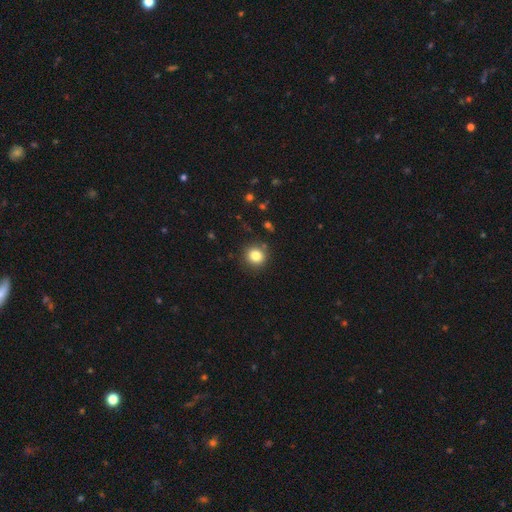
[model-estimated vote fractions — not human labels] Smooth or featured?
  - smooth: 83% *
  - star or artifact: 12%
  - featured or disk: 6%
How rounded?
  - round: 90% *
  - in between: 9%
  - cigar-shaped: 1%
Merging?
  - none: 88% *
  - minor disturbance: 8%
  - major disturbance: 2%
  - merger: 2%